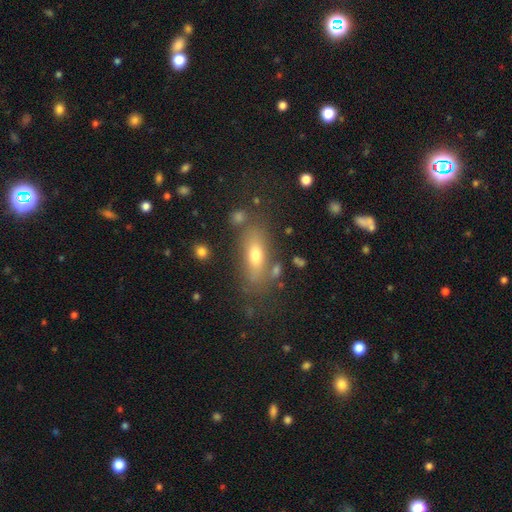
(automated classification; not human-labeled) Smooth or featured: smooth — 61% (featured or disk — 27%)
How rounded: in between — 66% (cigar-shaped — 29%)
Merging: none — 71% (minor disturbance — 15%)